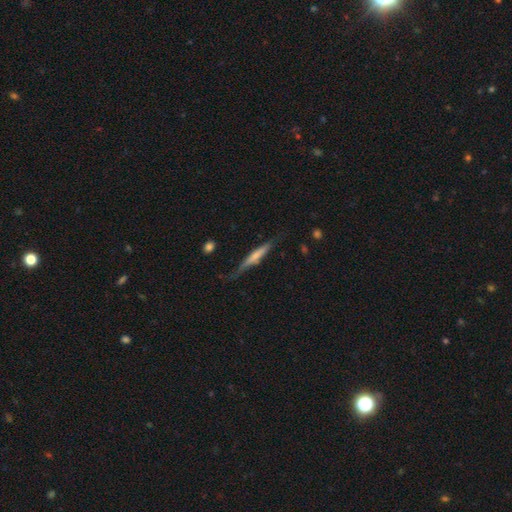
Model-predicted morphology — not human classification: smooth-or-featured: featured or disk: 48% | smooth: 46% | star or artifact: 6%
  merging: none: 68% | minor disturbance: 23% | major disturbance: 6% | merger: 3%